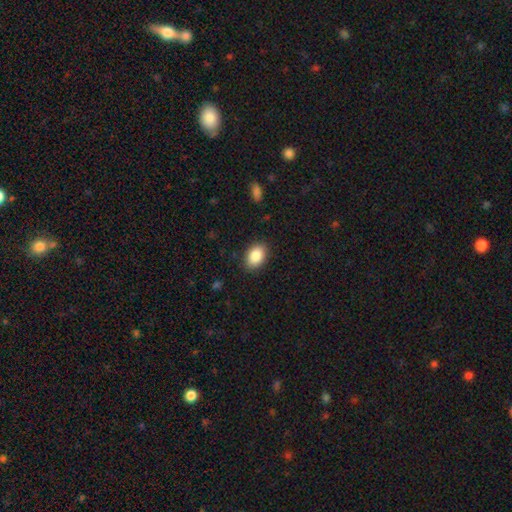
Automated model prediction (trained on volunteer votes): Smooth or featured? smooth (87%)
How rounded? in between (84%)
Merging? none (88%)